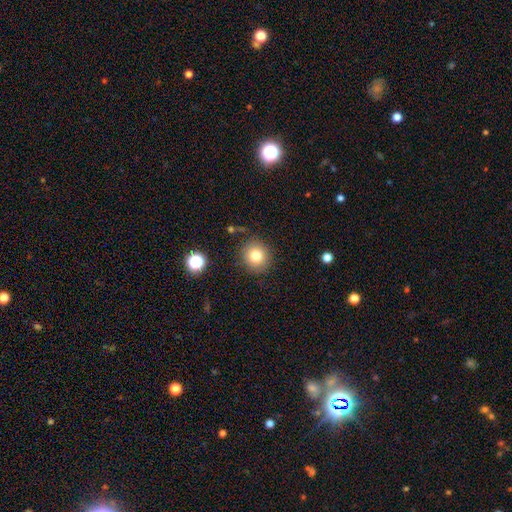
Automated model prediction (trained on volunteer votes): This appears to be a smooth galaxy with no disk features (81%) that is round (90%). Merging: none (86%).